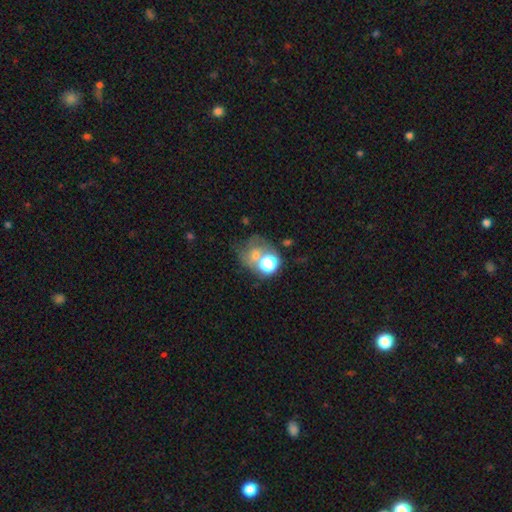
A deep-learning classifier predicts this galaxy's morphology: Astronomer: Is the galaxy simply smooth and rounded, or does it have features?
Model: smooth — 50% (runner-up: featured or disk, 26%).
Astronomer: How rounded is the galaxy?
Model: round — 70%.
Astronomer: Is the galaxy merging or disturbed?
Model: none — 35% (runner-up: merger, 30%).